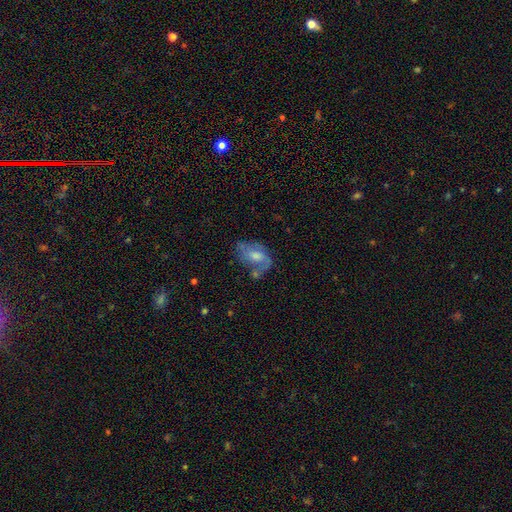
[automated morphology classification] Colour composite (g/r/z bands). It shows a featured or disk galaxy (53%) with no bar (60%), spiral arms (65%) and a moderate central bulge (50%). Merging: none (42%).